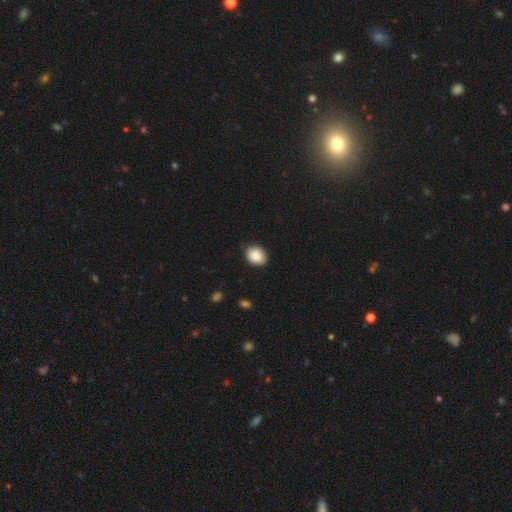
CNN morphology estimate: Smooth or featured?
  - smooth: 89% *
  - star or artifact: 7%
  - featured or disk: 4%
How rounded?
  - in between: 53% *
  - round: 46%
  - cigar-shaped: 1%
Merging?
  - none: 83% *
  - minor disturbance: 13%
  - major disturbance: 2%
  - merger: 1%